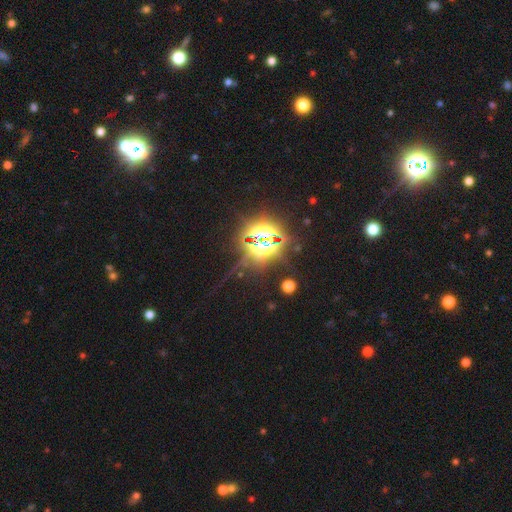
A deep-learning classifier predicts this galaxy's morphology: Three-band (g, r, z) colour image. It shows a star or artifact, not a galaxy (84%).